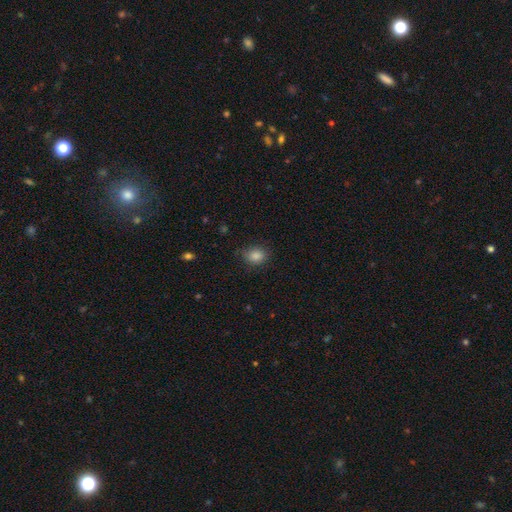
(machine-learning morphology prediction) Smooth or featured? smooth (85%)
How rounded? round (56%)
Merging? none (77%)